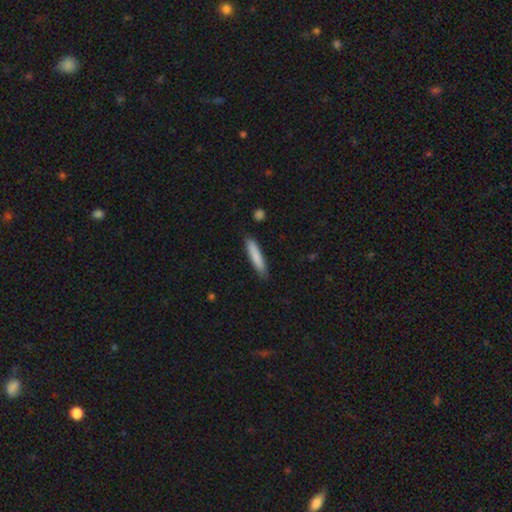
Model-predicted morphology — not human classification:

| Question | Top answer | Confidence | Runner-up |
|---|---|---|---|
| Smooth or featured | smooth | 82% | featured or disk (13%) |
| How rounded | cigar-shaped | 89% | in between (10%) |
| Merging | none | 86% | minor disturbance (11%) |